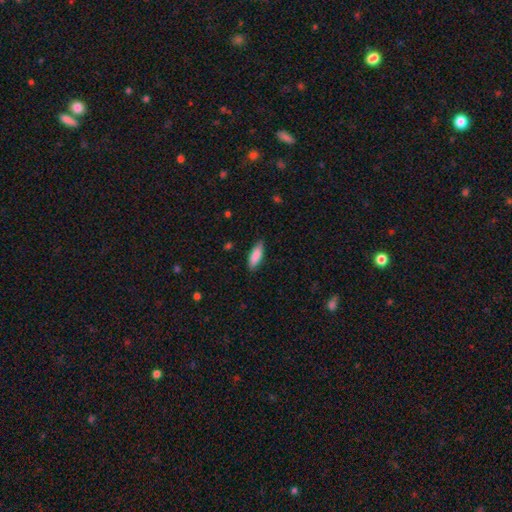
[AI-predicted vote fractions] Q: Smooth or featured?
A: smooth (86%); runner-up: featured or disk (8%)
Q: How rounded?
A: in between (61%); runner-up: cigar-shaped (37%)
Q: Merging?
A: none (85%); runner-up: minor disturbance (12%)